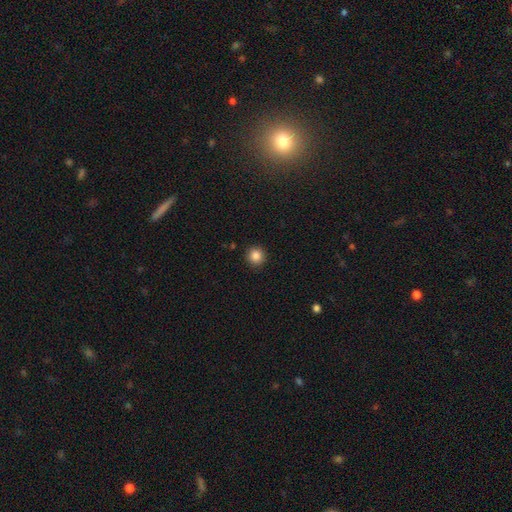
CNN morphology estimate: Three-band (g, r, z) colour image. It shows a smooth galaxy with no disk features (85%) that is round (94%). Merging: none (92%).